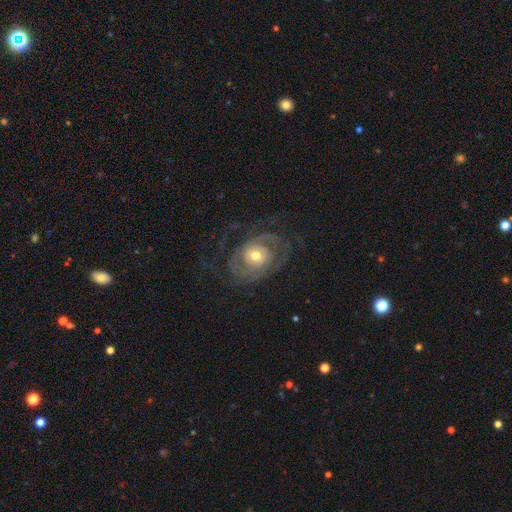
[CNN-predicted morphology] Overall: featured or disk (82%). Edge-on disk: no (96%). Bar: no (74%). Spiral arms: yes (89%). Spiral arm count: 2 (38%; can't tell 27%). Spiral winding: tight (50%; medium 34%). Bulge size: moderate (69%). Merging: none (63%).